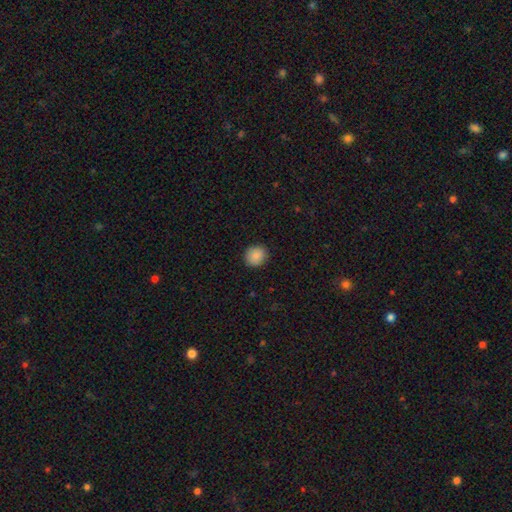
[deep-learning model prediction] A smooth galaxy with no disk features (87%) that is round (86%). Merging: none (91%).